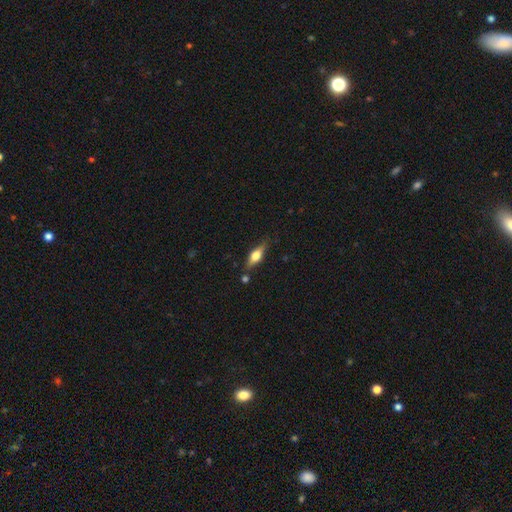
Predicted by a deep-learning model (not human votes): A featured or disk galaxy (47%). Merging: none (76%).